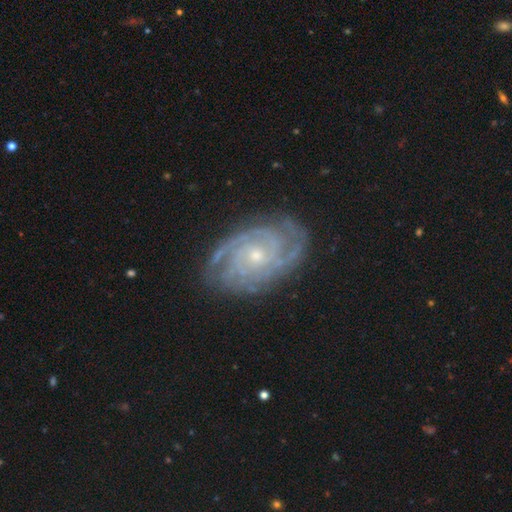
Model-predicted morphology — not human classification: The model was most divided on "spiral arm count" (2-way tie): 3: 23%, 4: 23%, can't tell: 22%, 2: 15%, more than 4: 10%, 1: 7%. More confident: spiral arms — yes (98%); edge-on disk — no (97%); smooth or featured — featured or disk (89%); merging — none (80%); spiral winding — tight (76%); bar — no (76%); bulge size — small (68%).